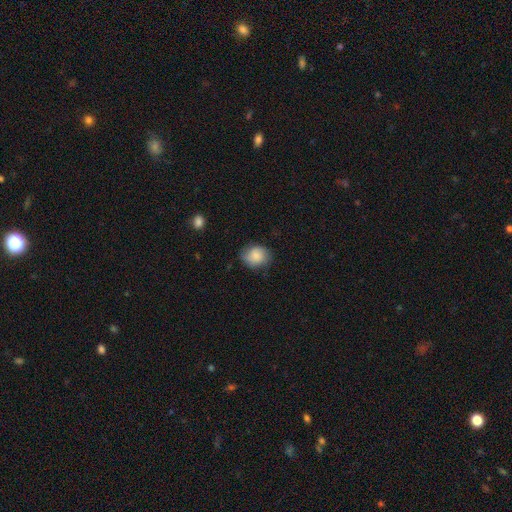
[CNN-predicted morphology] Smooth or featured?
  - smooth: 82% *
  - featured or disk: 11%
  - star or artifact: 8%
How rounded?
  - round: 58% *
  - in between: 41%
  - cigar-shaped: 1%
Merging?
  - none: 73% *
  - minor disturbance: 21%
  - major disturbance: 5%
  - merger: 1%